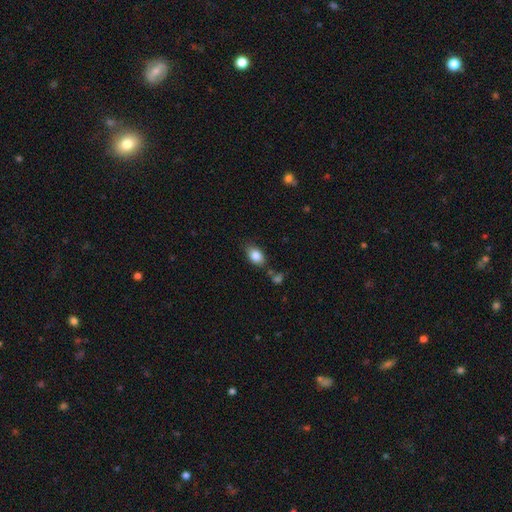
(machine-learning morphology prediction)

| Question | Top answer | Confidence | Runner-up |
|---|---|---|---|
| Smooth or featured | smooth | 84% | featured or disk (8%) |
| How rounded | in between | 84% | round (14%) |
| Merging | none | 72% | minor disturbance (16%) |